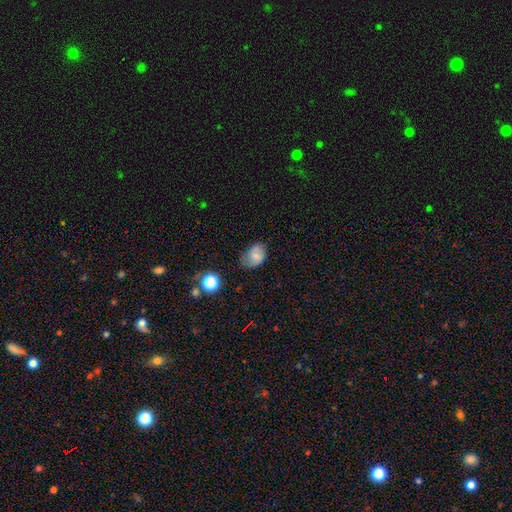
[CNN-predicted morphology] This appears to be a smooth galaxy with no disk features (67%) that is in between round and cigar-shaped (76%). Merging: none (55%).